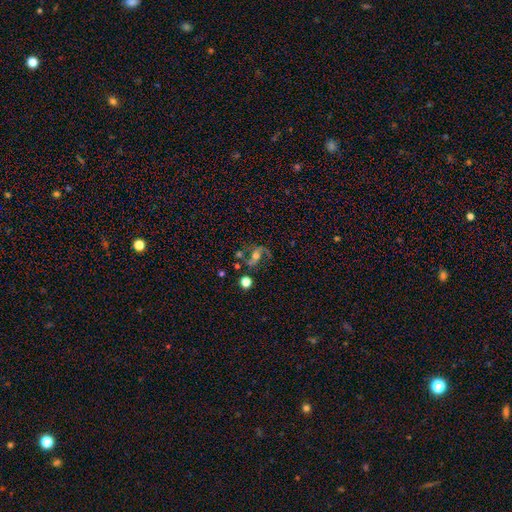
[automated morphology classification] smooth-or-featured: featured or disk: 64% | smooth: 22% | star or artifact: 14%
  disk-edge-on: no: 95% | yes: 5%
    bar: no: 50% | weak: 30% | strong: 20%
    has-spiral-arms: yes: 85% | no: 15%
      spiral-winding: loose: 60% | medium: 32% | tight: 8%
      spiral-arm-count: 2: 83% | 1: 11% | can't tell: 4% | 3: 1% | 4: 1% | more than 4: 1%
    bulge-size: moderate: 64% | small: 16% | large: 15% | none: 3% | dominant: 2%
  merging: none: 54% | minor disturbance: 17% | major disturbance: 16% | merger: 14%